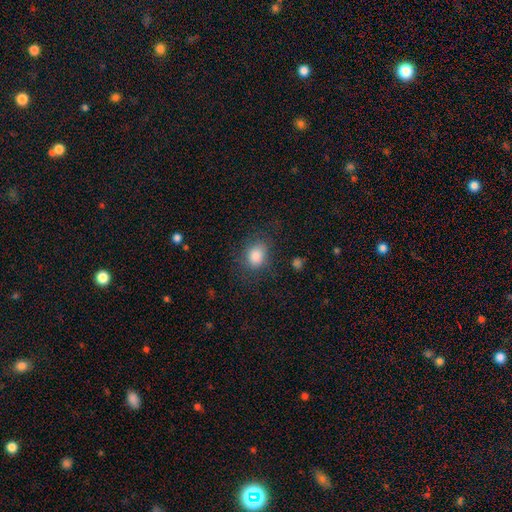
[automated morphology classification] type=smooth (84%); roundness=in between (58%); merging=none (75%).